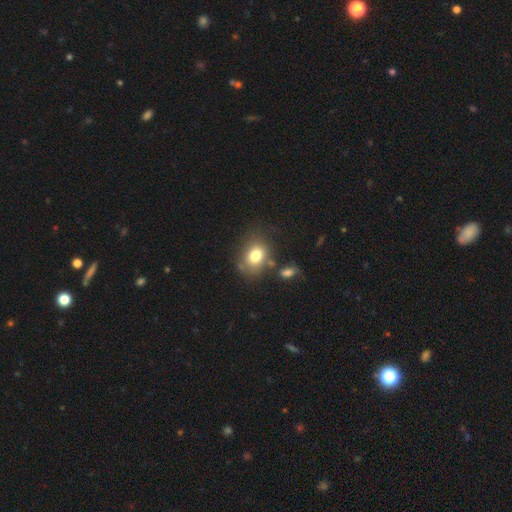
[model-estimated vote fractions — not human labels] This is likely a smooth galaxy (77%). How rounded: possibly in between (58%). Merging: likely none (65%).